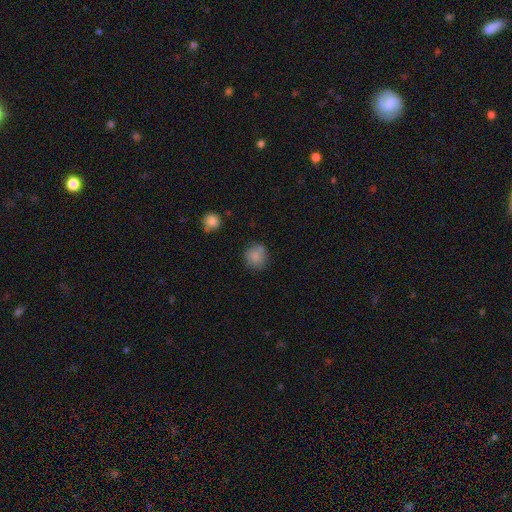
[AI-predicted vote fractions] Overall: smooth (84%). How rounded: round (88%). Merging: none (71%).